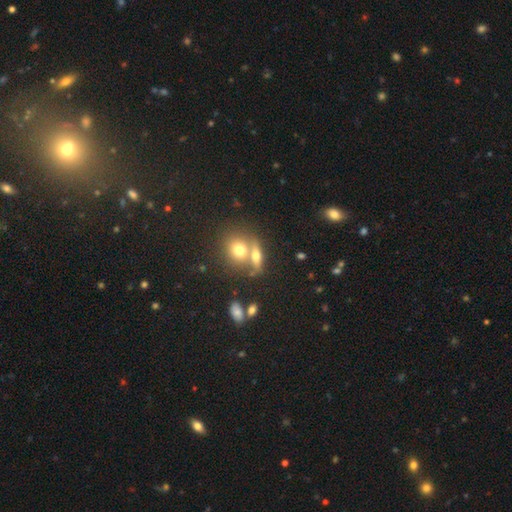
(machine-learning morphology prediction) smooth-or-featured: smooth: 61% | featured or disk: 27% | star or artifact: 12%
  how-rounded: in between: 49% | round: 31% | cigar-shaped: 20%
  merging: none: 44% | merger: 42% | minor disturbance: 9% | major disturbance: 4%